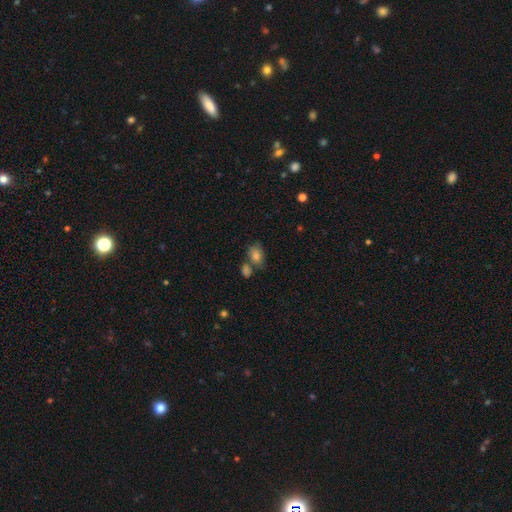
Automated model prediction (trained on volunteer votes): Smooth or featured?
  - smooth: 75% *
  - star or artifact: 14%
  - featured or disk: 11%
How rounded?
  - in between: 70% *
  - round: 28%
  - cigar-shaped: 2%
Merging?
  - none: 54% *
  - merger: 25%
  - minor disturbance: 15%
  - major disturbance: 6%